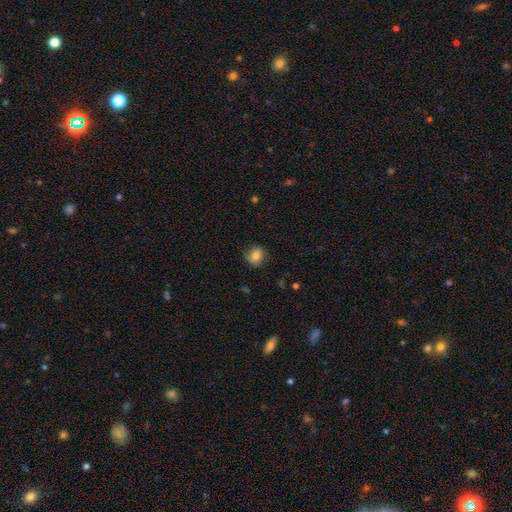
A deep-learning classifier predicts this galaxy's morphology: Smooth or featured? Predicted: smooth (p=0.73). How rounded? Predicted: round (p=0.75). Merging? Predicted: none (p=0.72).